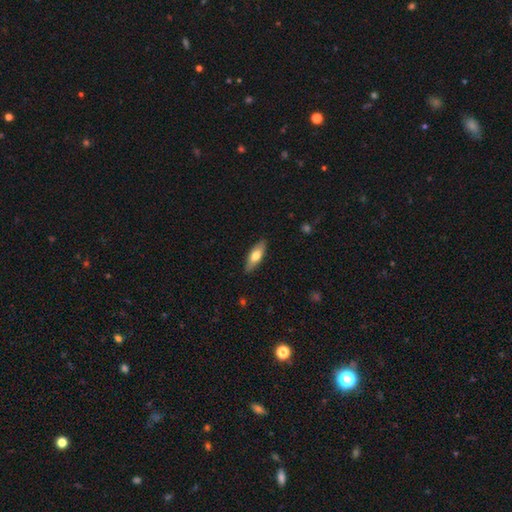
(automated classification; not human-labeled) smooth_or_featured: smooth (p=0.65) [alt: featured or disk p=0.30]
how_rounded: in between (p=0.57) [alt: cigar-shaped p=0.41]
merging: none (p=0.88) [alt: minor disturbance p=0.09]